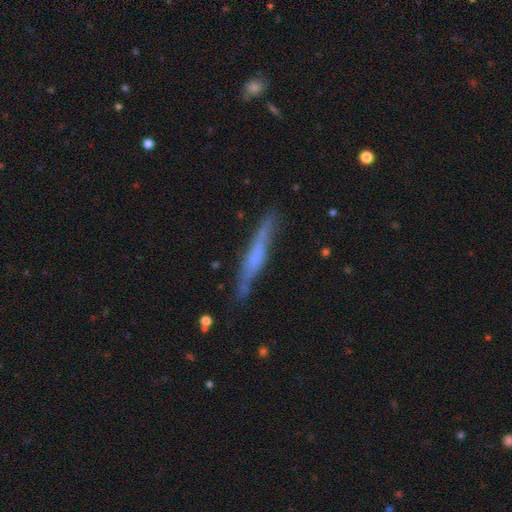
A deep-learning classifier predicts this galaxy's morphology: This is possibly a featured or disk galaxy (55%). It is clearly viewed edge-on (92%). Edge-on bulge: possibly none (46%). Merging: likely none (79%).